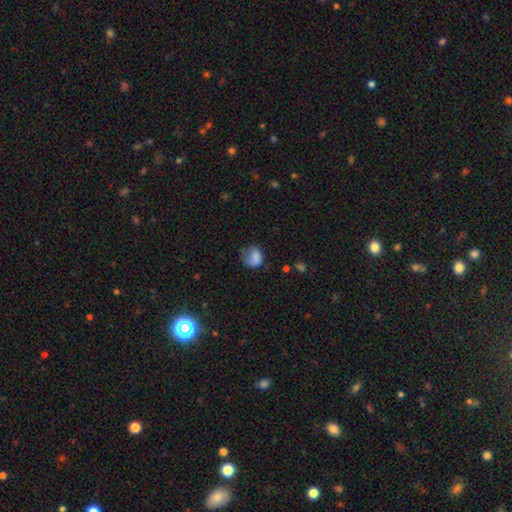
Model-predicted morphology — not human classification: smooth 76%, featured or disk 15%, star or artifact 9%. Down the decision tree: how rounded — round (54%); merging — major disturbance (35%).